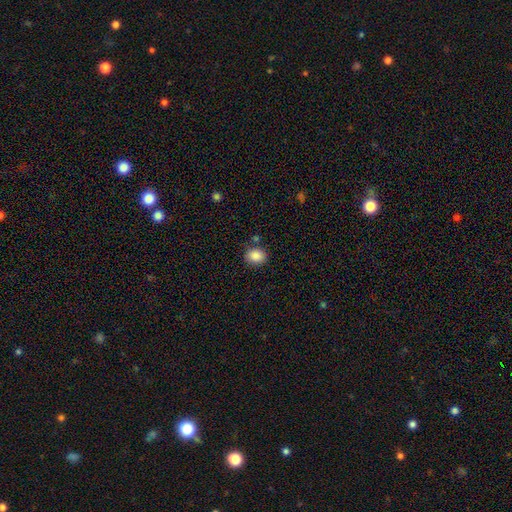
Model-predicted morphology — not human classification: Q: Smooth or featured?
A: smooth (87%); runner-up: star or artifact (9%)
Q: How rounded?
A: round (55%); runner-up: in between (44%)
Q: Merging?
A: none (79%); runner-up: minor disturbance (13%)